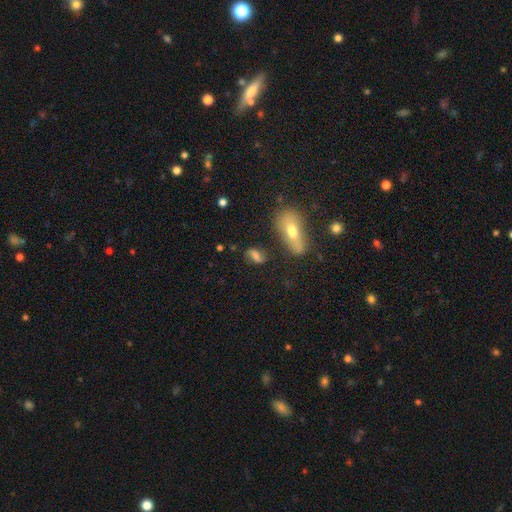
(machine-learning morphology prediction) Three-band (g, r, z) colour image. It shows a smooth galaxy with no disk features (53%) that is in between round and cigar-shaped (78%). Merging: none (65%).